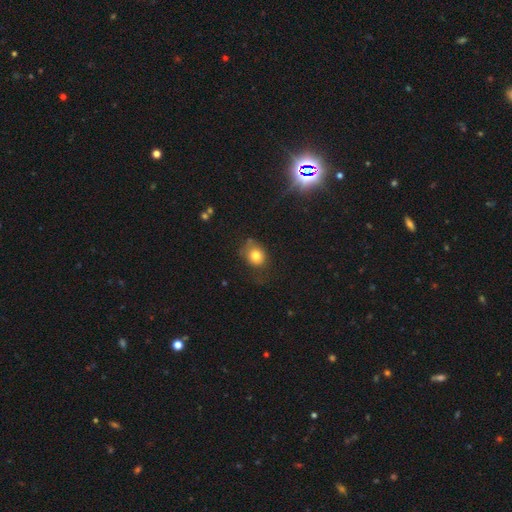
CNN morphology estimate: smooth_or_featured: smooth (p=0.78) [alt: featured or disk p=0.11]
how_rounded: round (p=0.63) [alt: in between p=0.36]
merging: none (p=0.58) [alt: minor disturbance p=0.27]